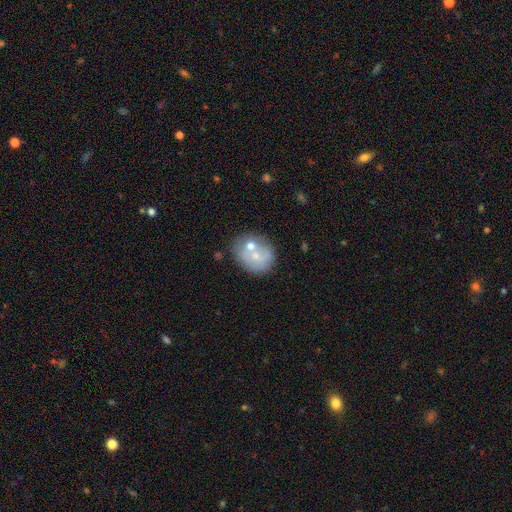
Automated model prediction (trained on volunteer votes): smooth 52%, featured or disk 39%, star or artifact 9%. Down the decision tree: how rounded — round (68%); merging — none (51%).